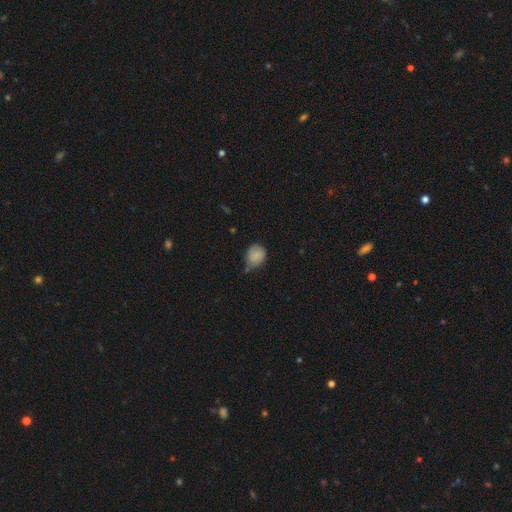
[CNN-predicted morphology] smooth 78%, featured or disk 14%, star or artifact 9%. Down the decision tree: how rounded — round (56%); merging — none (49%).